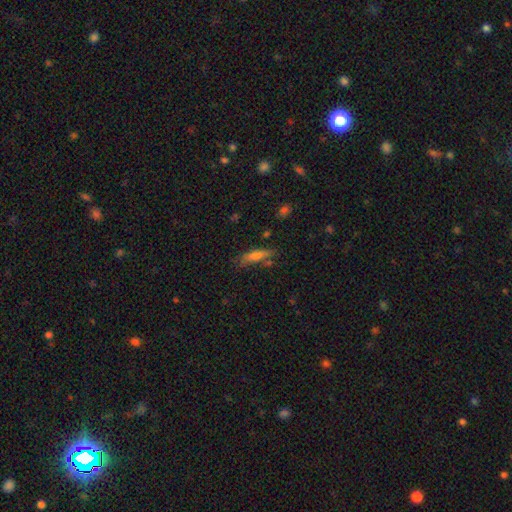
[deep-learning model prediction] smooth-or-featured: smooth: 65% | featured or disk: 26% | star or artifact: 9%
  how-rounded: cigar-shaped: 66% | in between: 31% | round: 3%
  merging: none: 63% | minor disturbance: 22% | merger: 8% | major disturbance: 7%